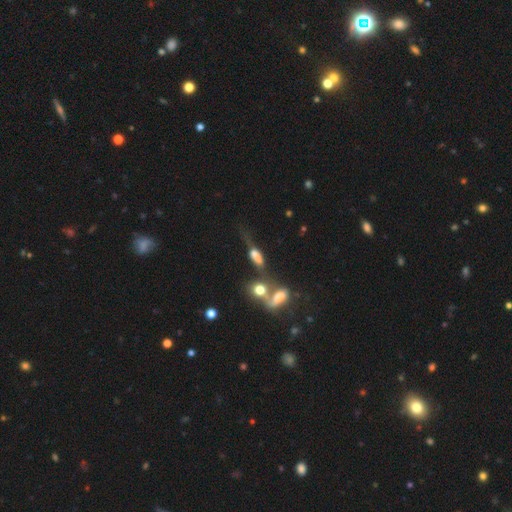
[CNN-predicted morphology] Overall: smooth (54%; featured or disk 31%). How rounded: in between (61%; cigar-shaped 28%). Merging: merger (40%; major disturbance 23%).